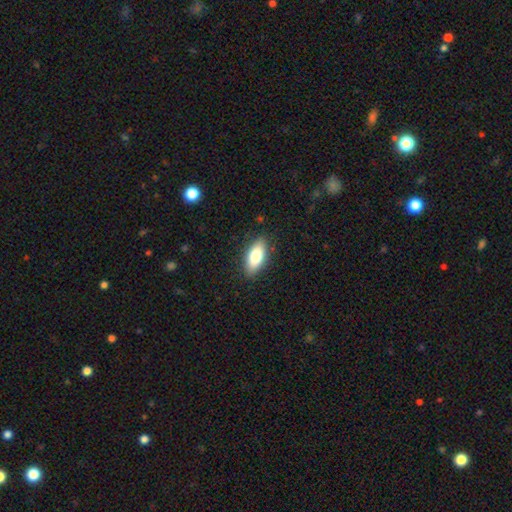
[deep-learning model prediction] The model was most divided on "smooth or featured": smooth: 78%, featured or disk: 16%, star or artifact: 7%. More confident: merging — none (87%); how rounded — in between (84%).